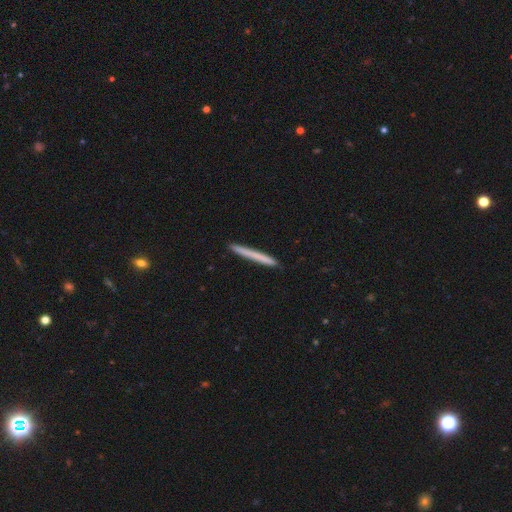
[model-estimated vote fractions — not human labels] This appears to be a smooth galaxy with no disk features (66%) that is cigar-shaped (97%). Merging: none (92%).